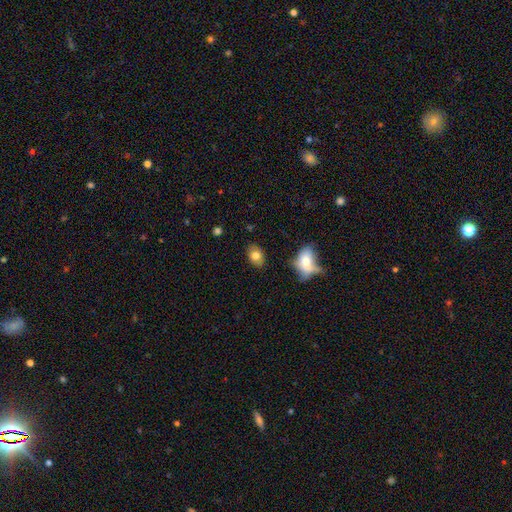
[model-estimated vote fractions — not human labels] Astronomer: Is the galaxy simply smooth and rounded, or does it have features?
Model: smooth — 79%.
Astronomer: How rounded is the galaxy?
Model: in between — 79%.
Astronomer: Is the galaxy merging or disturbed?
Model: none — 81%.